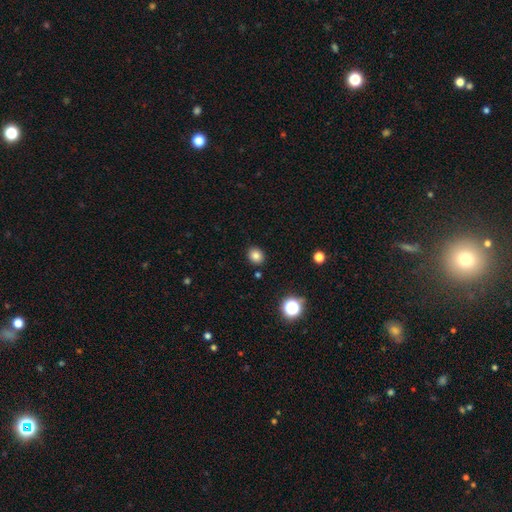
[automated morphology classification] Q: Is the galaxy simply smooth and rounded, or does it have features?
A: smooth — 82%.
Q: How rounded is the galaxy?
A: round — 69%.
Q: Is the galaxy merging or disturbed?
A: none — 89%.